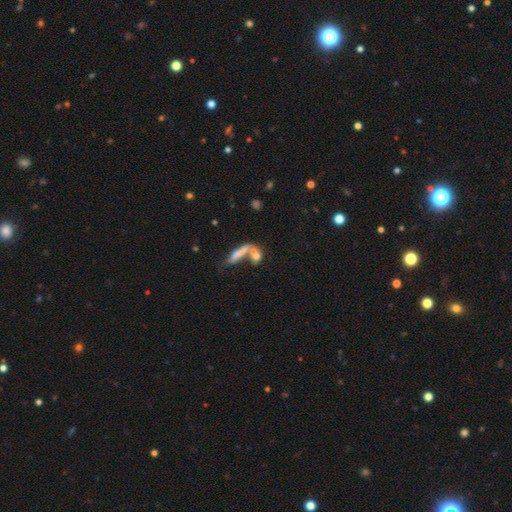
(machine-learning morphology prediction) A smooth galaxy with no disk features (66%) that is in between round and cigar-shaped (43%). Merging: merger (47%).